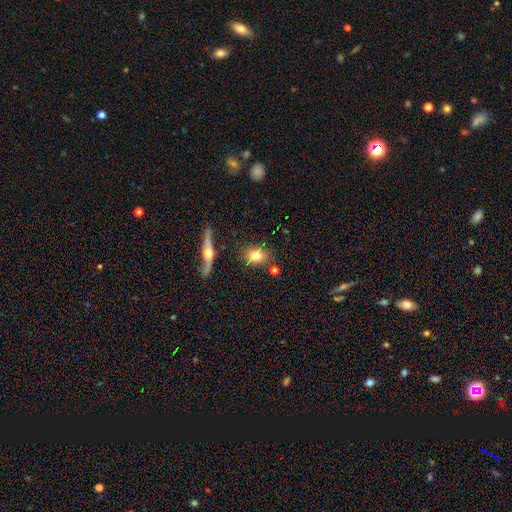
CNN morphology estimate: This is likely a smooth galaxy (73%). How rounded: possibly in between (52%). Merging: likely none (75%).